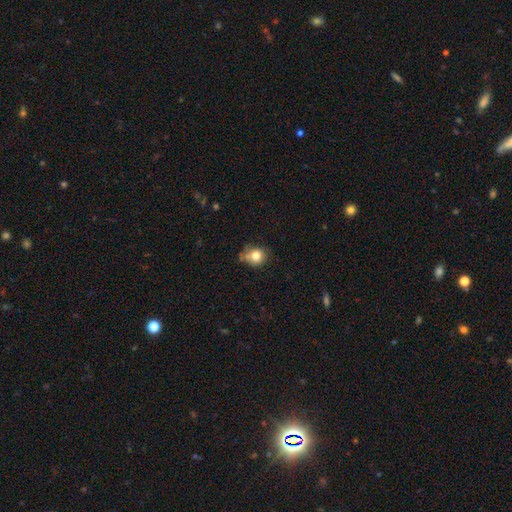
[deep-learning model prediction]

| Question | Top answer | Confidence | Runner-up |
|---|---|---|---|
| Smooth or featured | smooth | 80% | star or artifact (11%) |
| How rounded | round | 73% | in between (27%) |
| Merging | none | 57% | minor disturbance (29%) |